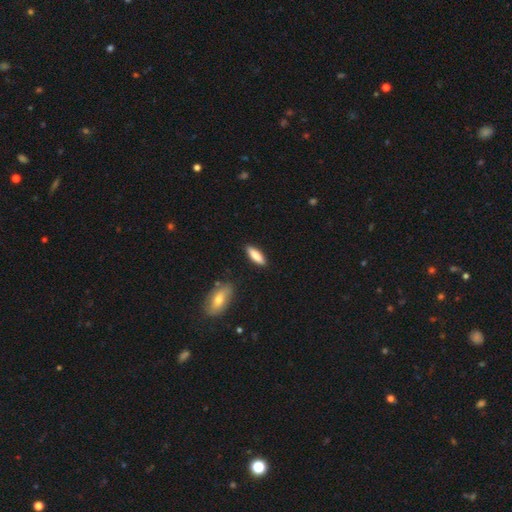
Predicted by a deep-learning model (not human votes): Overall: smooth (81%). How rounded: cigar-shaped (50%; in between 49%). Merging: none (87%).